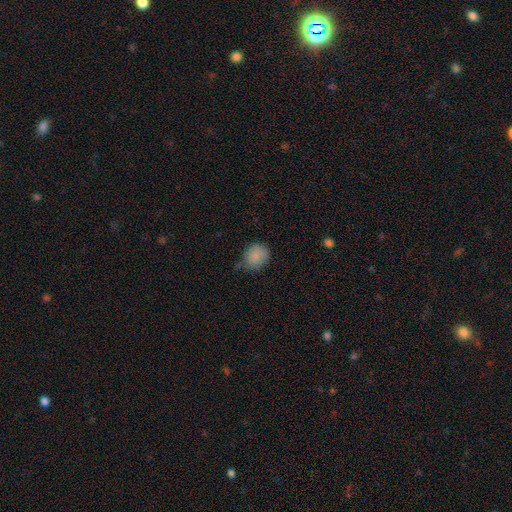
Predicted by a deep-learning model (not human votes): Overall: smooth (84%). How rounded: round (60%; in between 39%). Merging: none (49%; minor disturbance 39%).